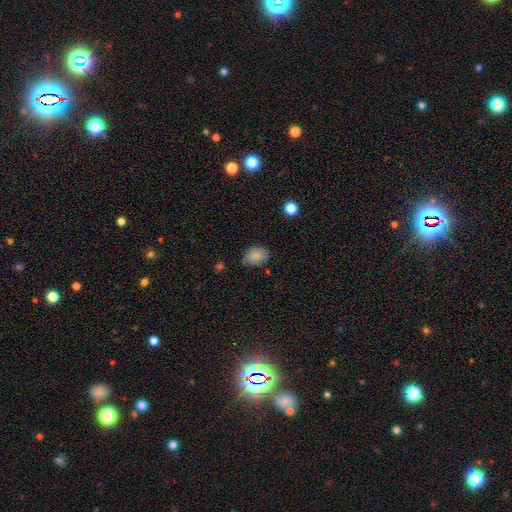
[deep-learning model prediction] smooth_or_featured: smooth (p=0.79) [alt: featured or disk p=0.12]
how_rounded: in between (p=0.69) [alt: round p=0.30]
merging: none (p=0.63) [alt: minor disturbance p=0.29]